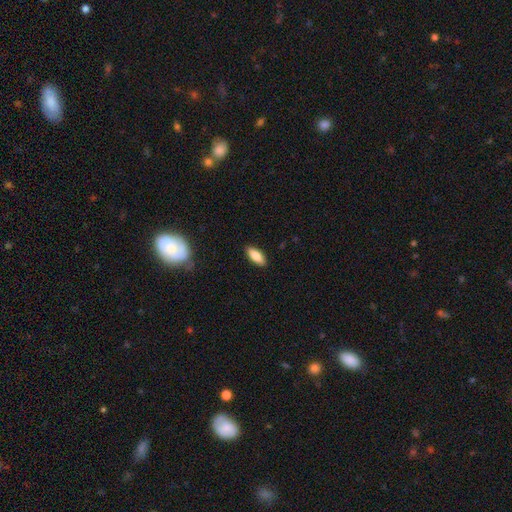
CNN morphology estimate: Smooth or featured? smooth (81%)
How rounded? in between (74%)
Merging? none (89%)